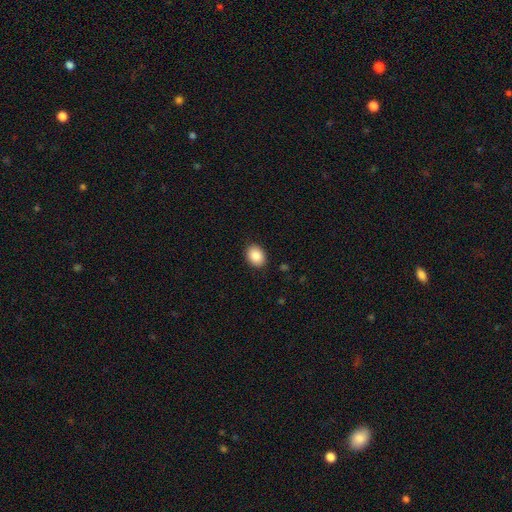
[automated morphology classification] Smooth or featured?
  - smooth: 88% *
  - star or artifact: 7%
  - featured or disk: 5%
How rounded?
  - in between: 70% *
  - round: 29%
  - cigar-shaped: 1%
Merging?
  - none: 89% *
  - minor disturbance: 8%
  - major disturbance: 2%
  - merger: 1%